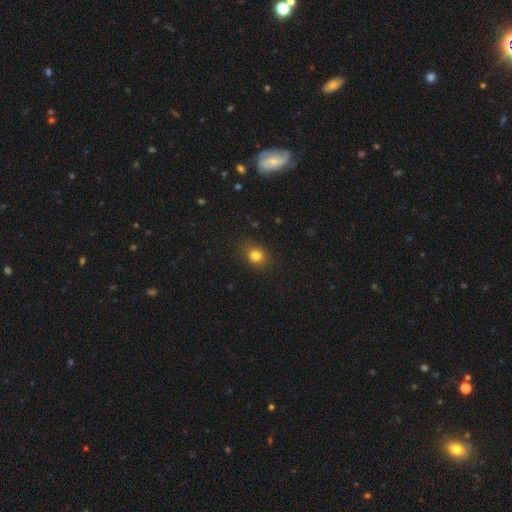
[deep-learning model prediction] Overall: smooth (81%). How rounded: round (61%; in between 38%). Merging: none (85%).